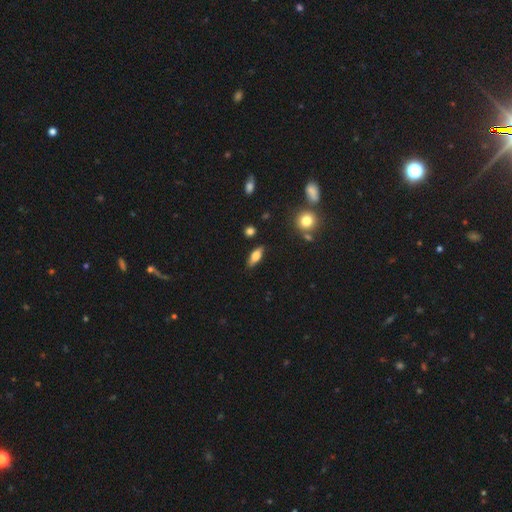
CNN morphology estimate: A smooth galaxy with no disk features (65%) that is in between round and cigar-shaped (69%). Merging: none (83%).